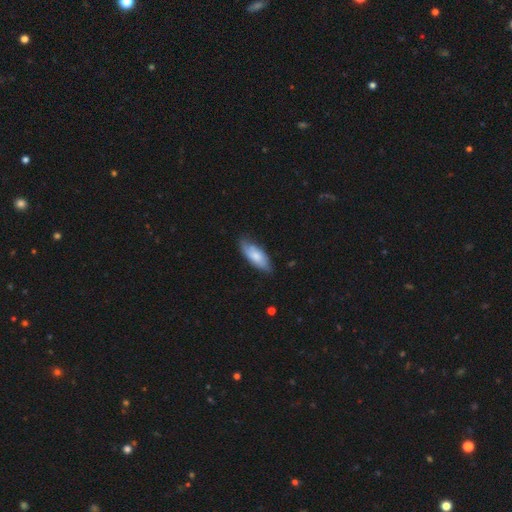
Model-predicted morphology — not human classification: A smooth galaxy with no disk features (63%) that is in between round and cigar-shaped (76%).

Vote fractions:
- Smooth or featured? smooth: 63% / featured or disk: 31% / star or artifact: 6%
- How rounded? in between: 76% / cigar-shaped: 22% / round: 2%
- Merging? none: 67% / minor disturbance: 26% / major disturbance: 5% / merger: 2%